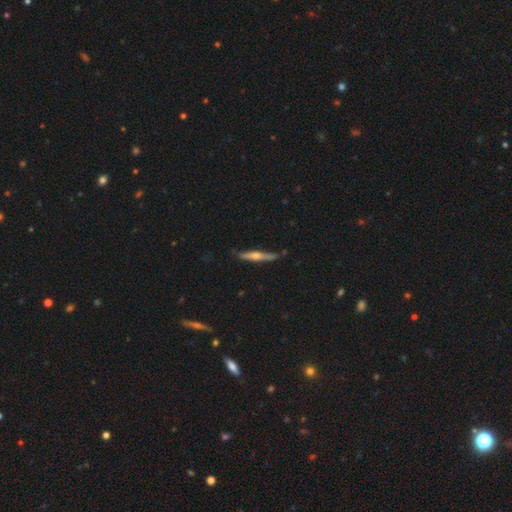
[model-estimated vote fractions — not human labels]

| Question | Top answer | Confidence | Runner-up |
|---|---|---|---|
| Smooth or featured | featured or disk | 63% | smooth (31%) |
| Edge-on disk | yes | 95% | no (5%) |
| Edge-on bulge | rounded | 85% | none (11%) |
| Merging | none | 81% | minor disturbance (15%) |